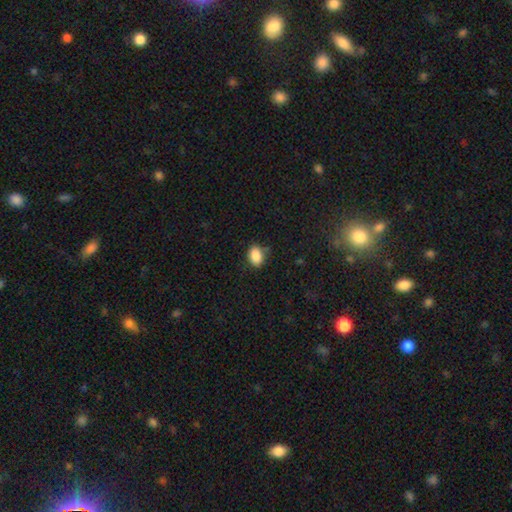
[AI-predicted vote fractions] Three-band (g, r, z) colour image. It shows a smooth galaxy with no disk features (88%) that is in between round and cigar-shaped (80%). Merging: none (80%).